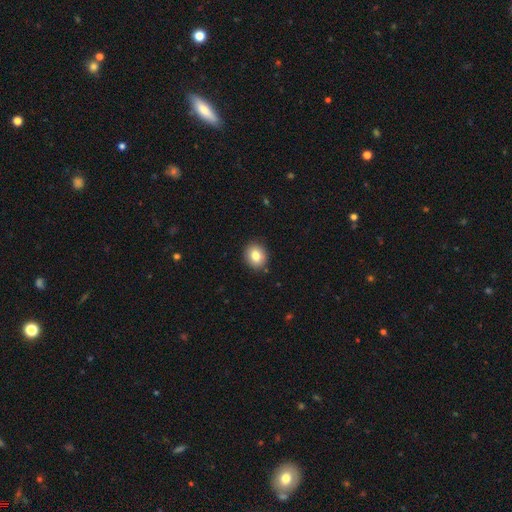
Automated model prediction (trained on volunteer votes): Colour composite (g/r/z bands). It shows a smooth galaxy with no disk features (81%) that is round (66%). Merging: none (90%).